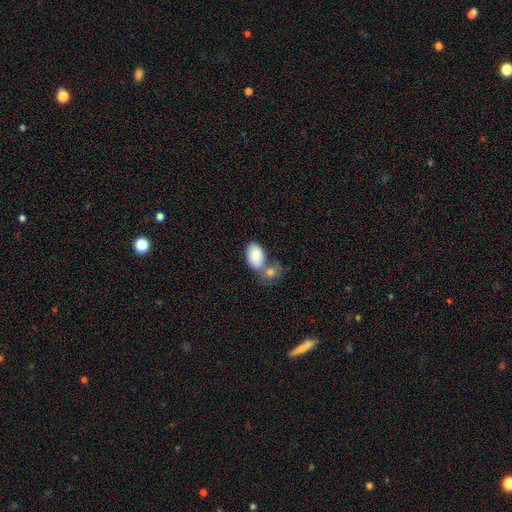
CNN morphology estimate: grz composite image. It shows a smooth galaxy with no disk features (85%) that is in between round and cigar-shaped (92%). Merging: merger (50%).